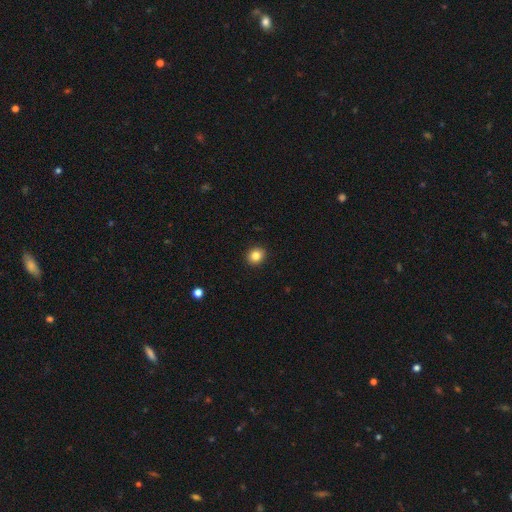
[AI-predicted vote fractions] smooth 84%, star or artifact 10%, featured or disk 6%. Down the decision tree: how rounded — round (82%); merging — none (92%).